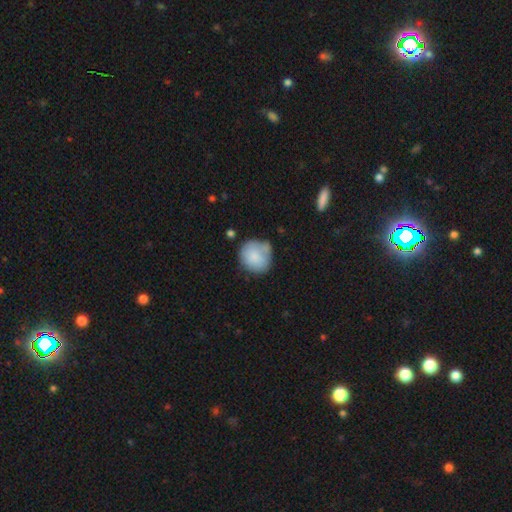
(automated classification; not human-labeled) This is clearly a smooth galaxy (83%). How rounded: clearly round (86%). Merging: possibly none (57%).